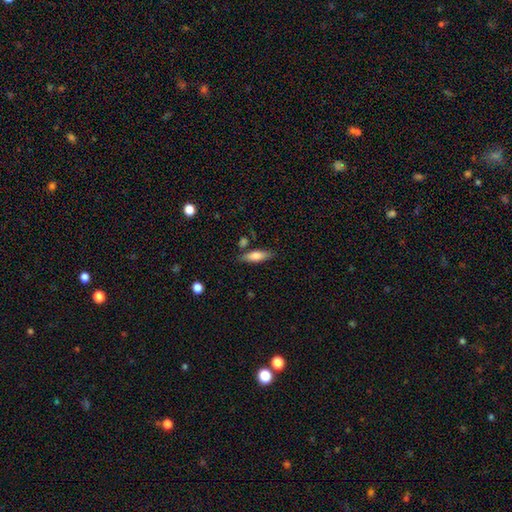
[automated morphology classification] A smooth galaxy with no disk features (70%) that is cigar-shaped (50%).

Vote fractions:
- Smooth or featured? smooth: 70% / featured or disk: 23% / star or artifact: 7%
- How rounded? cigar-shaped: 50% / in between: 47% / round: 2%
- Merging? none: 77% / minor disturbance: 13% / merger: 7% / major disturbance: 3%